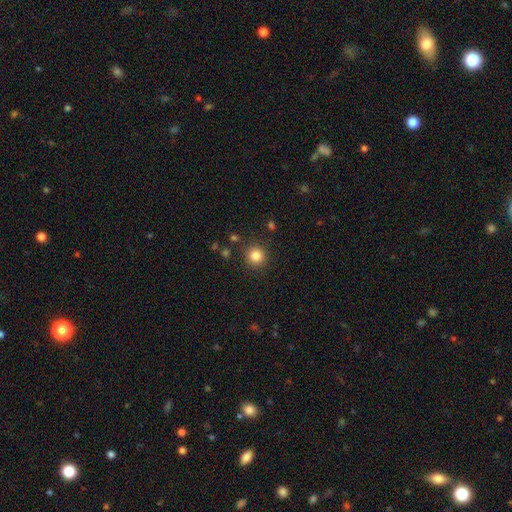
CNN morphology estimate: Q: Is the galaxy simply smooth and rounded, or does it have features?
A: smooth — 84%.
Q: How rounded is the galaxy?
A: round — 94%.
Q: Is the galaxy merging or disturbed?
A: none — 89%.